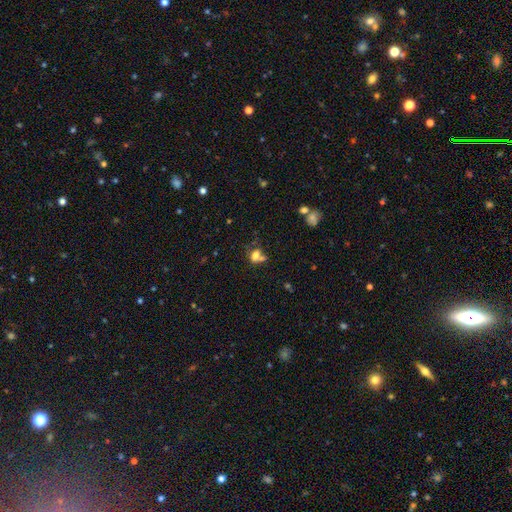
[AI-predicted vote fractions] The model was most divided on "merging": merger: 38%, none: 35%, minor disturbance: 16%, major disturbance: 12%. More confident: smooth or featured — smooth (70%); how rounded — in between (56%).